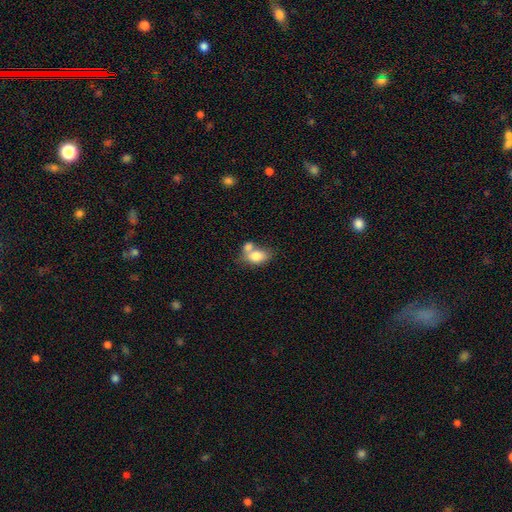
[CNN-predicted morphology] A smooth galaxy with no disk features (77%) that is in between round and cigar-shaped (81%).

Vote fractions:
- Smooth or featured? smooth: 77% / featured or disk: 15% / star or artifact: 8%
- How rounded? in between: 81% / round: 17% / cigar-shaped: 2%
- Merging? merger: 51% / none: 31% / minor disturbance: 12% / major disturbance: 6%